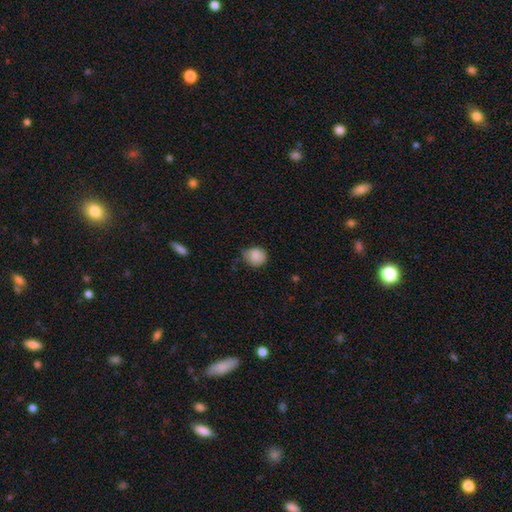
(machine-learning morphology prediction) Overall: smooth (86%). How rounded: round (81%). Merging: none (55%; minor disturbance 36%).